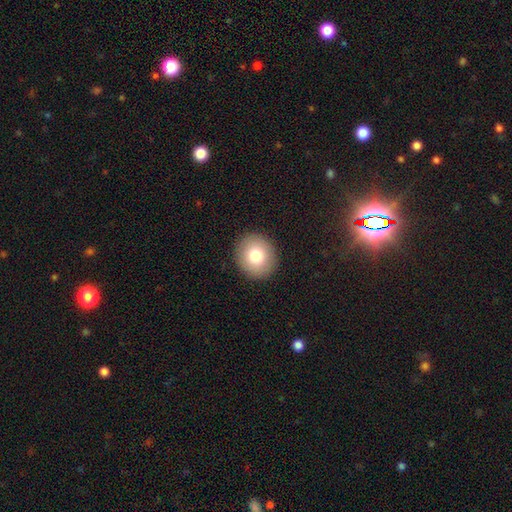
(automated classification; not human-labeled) Smooth or featured? Predicted: smooth (p=0.79). How rounded? Predicted: round (p=0.81). Merging? Predicted: none (p=0.92).